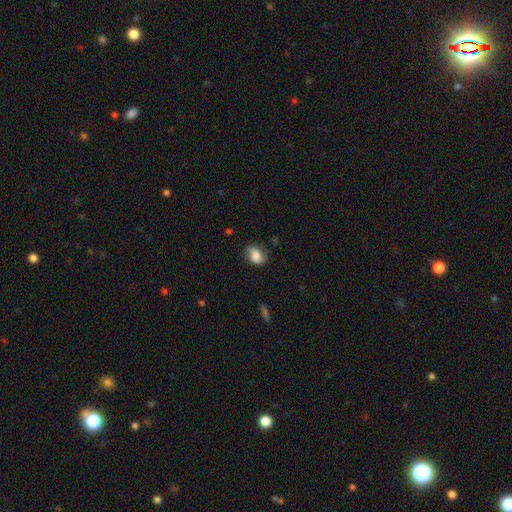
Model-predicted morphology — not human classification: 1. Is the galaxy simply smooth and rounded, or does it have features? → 71% smooth, 20% featured or disk, 9% star or artifact.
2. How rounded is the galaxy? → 74% in between, 25% round, 2% cigar-shaped.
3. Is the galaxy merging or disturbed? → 60% none, 29% minor disturbance, 10% major disturbance, 2% merger.